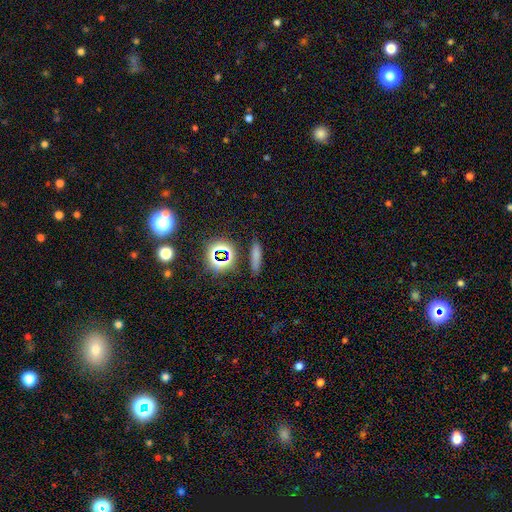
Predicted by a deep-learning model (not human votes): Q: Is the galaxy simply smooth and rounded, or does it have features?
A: smooth — 66%.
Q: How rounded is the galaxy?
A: cigar-shaped — 69%.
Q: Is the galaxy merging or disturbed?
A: none — 83%.